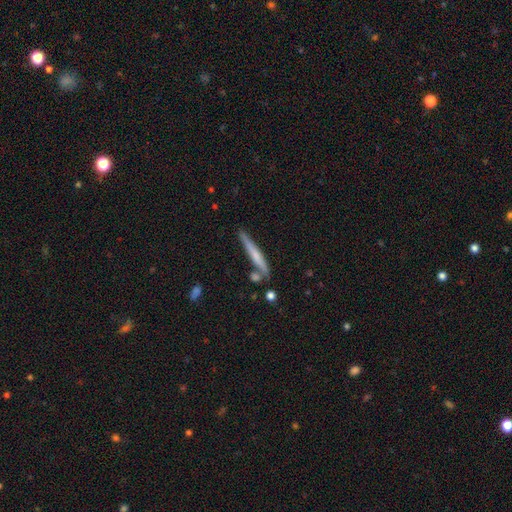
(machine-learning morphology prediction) The model was most divided on "smooth or featured": smooth: 50%, featured or disk: 44%, star or artifact: 6%. More confident: how rounded — cigar-shaped (95%); merging — none (76%).